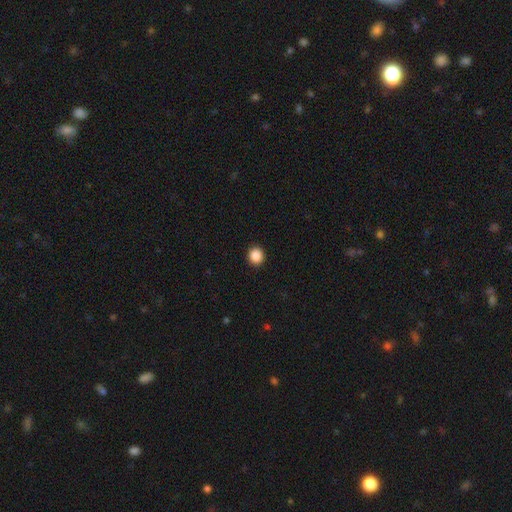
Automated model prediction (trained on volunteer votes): Smooth or featured: smooth — 88% (star or artifact — 9%)
How rounded: round — 84% (in between — 15%)
Merging: none — 92% (minor disturbance — 5%)